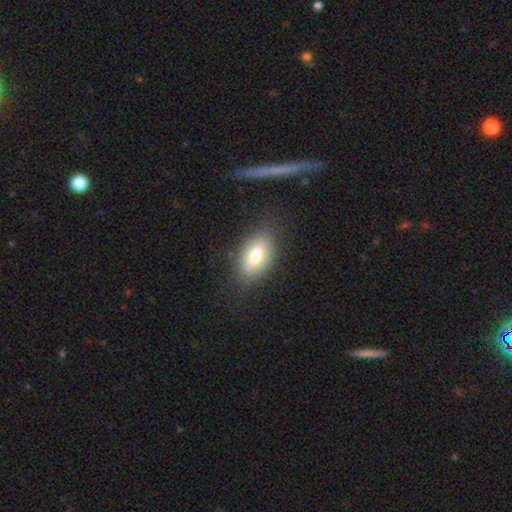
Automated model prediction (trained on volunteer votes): Smooth or featured? Predicted: smooth (p=0.70). How rounded? Predicted: in between (p=0.86). Merging? Predicted: none (p=0.78).